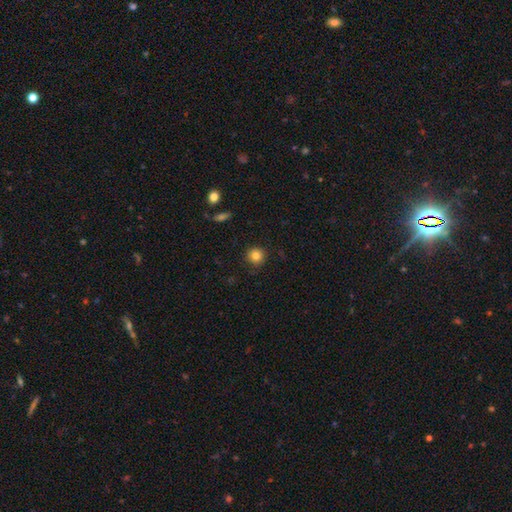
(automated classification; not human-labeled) Morphology: type=smooth (82%); roundness=round (94%); merging=none (89%).